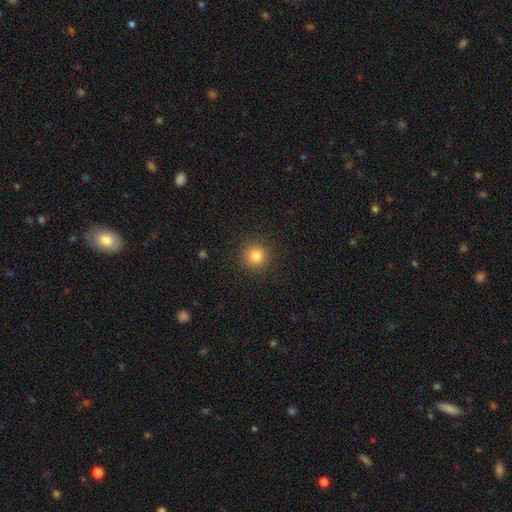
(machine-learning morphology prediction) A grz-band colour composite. It shows a smooth galaxy with no disk features (82%) that is round (94%). Merging: none (90%).